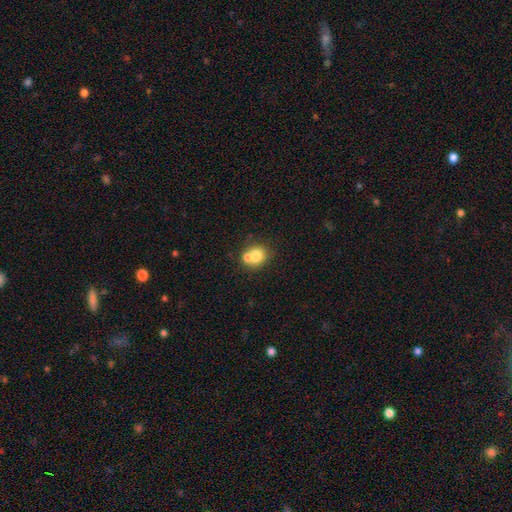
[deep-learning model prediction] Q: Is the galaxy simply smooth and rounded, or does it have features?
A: smooth — 74%.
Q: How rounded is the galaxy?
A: round — 79%.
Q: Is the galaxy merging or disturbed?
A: merger — 47%.